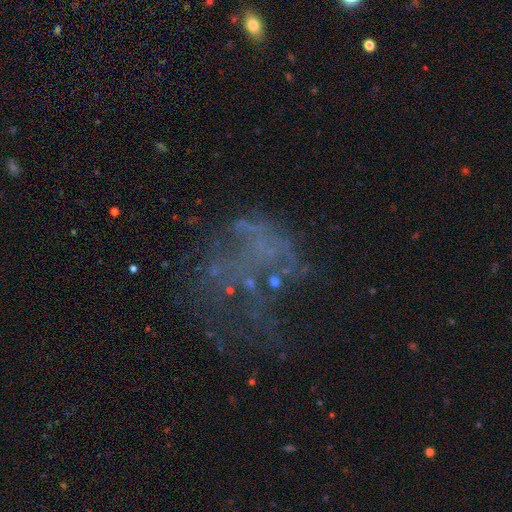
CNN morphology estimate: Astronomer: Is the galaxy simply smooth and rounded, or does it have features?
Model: featured or disk — 43% (runner-up: star or artifact, 36%).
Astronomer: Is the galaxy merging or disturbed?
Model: none — 42% (runner-up: major disturbance, 37%).